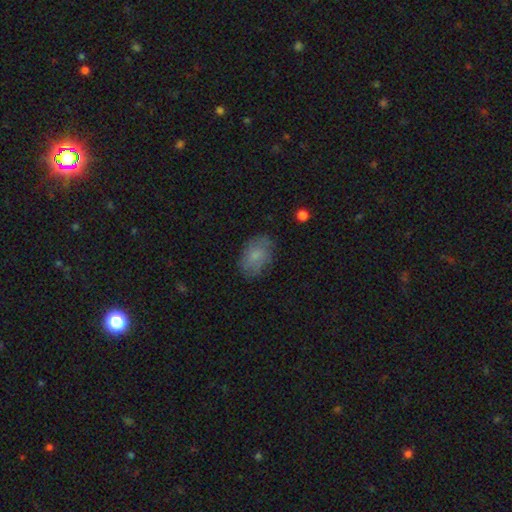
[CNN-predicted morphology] Smooth or featured: smooth — 72% (featured or disk — 20%)
How rounded: in between — 85% (round — 14%)
Merging: none — 75% (minor disturbance — 19%)